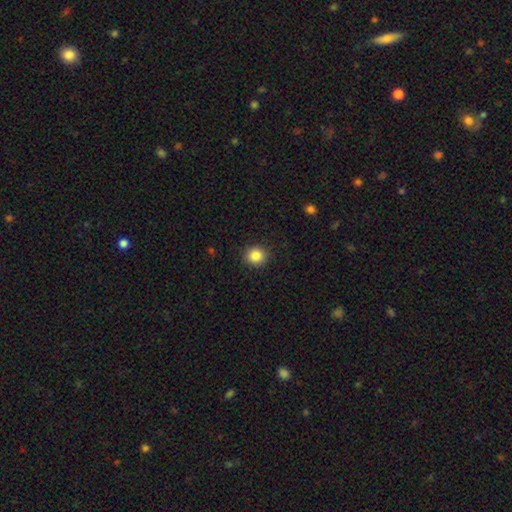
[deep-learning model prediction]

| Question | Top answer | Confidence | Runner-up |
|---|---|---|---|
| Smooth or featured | smooth | 86% | star or artifact (10%) |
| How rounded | round | 88% | in between (11%) |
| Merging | none | 91% | minor disturbance (6%) |